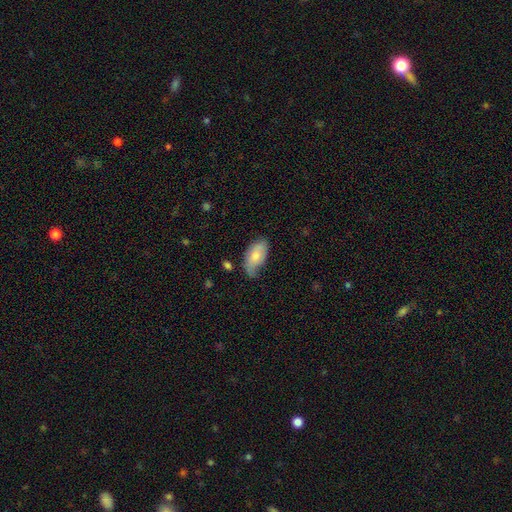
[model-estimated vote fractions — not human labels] The model was most divided on "merging": none: 48%, minor disturbance: 38%, major disturbance: 11%, merger: 3%. More confident: how rounded — in between (94%); smooth or featured — smooth (70%).